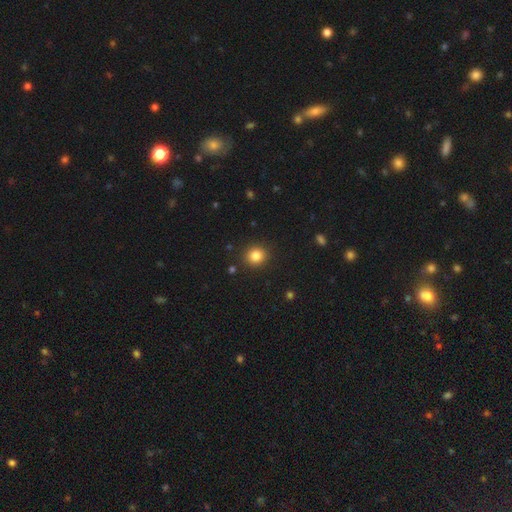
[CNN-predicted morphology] Smooth or featured: smooth — 83% (star or artifact — 12%)
How rounded: round — 86% (in between — 13%)
Merging: none — 90% (minor disturbance — 6%)